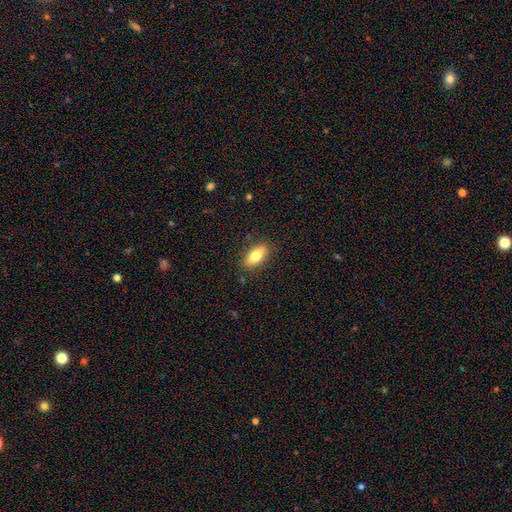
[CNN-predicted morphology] The model was most divided on "smooth or featured": smooth: 77%, featured or disk: 16%, star or artifact: 7%. More confident: how rounded — in between (85%); merging — none (85%).